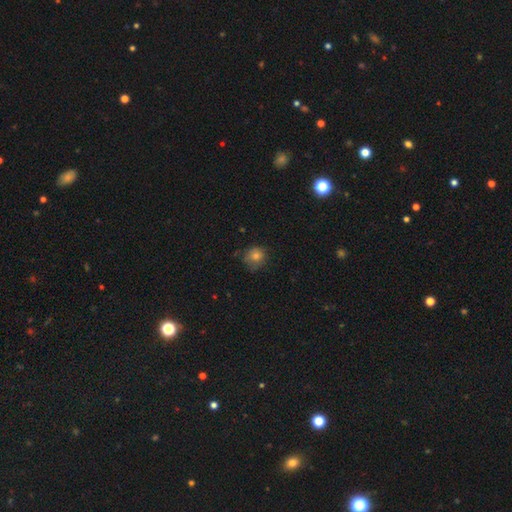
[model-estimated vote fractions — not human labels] This is likely a smooth galaxy (72%). How rounded: clearly round (81%). Merging: likely none (66%).